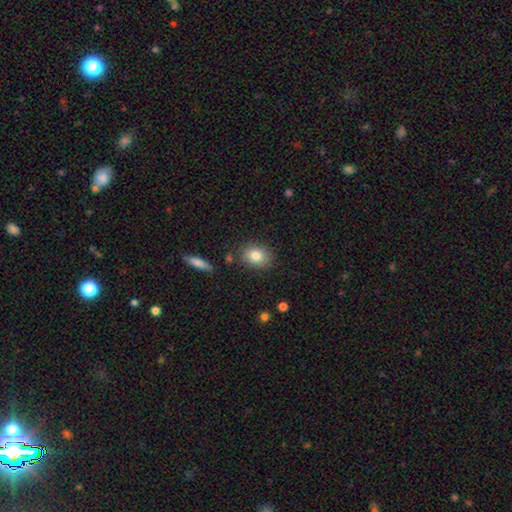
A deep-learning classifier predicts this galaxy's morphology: Q: Smooth or featured?
A: smooth (82%); runner-up: featured or disk (10%)
Q: How rounded?
A: in between (57%); runner-up: round (41%)
Q: Merging?
A: none (82%); runner-up: minor disturbance (11%)